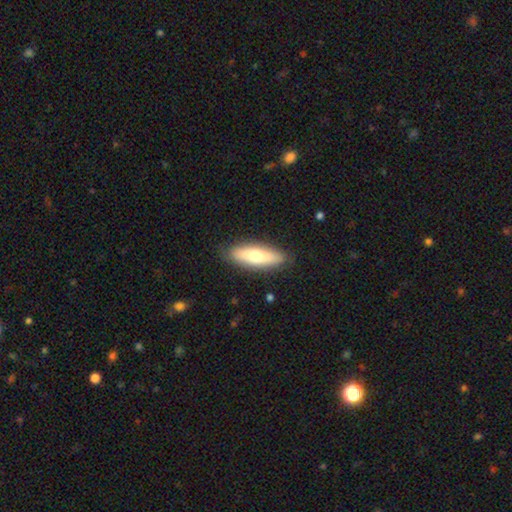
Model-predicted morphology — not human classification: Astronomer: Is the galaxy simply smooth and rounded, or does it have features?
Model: smooth — 65%.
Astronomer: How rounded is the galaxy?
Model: cigar-shaped — 50% (runner-up: in between, 48%).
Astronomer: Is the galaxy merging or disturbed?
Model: none — 87%.